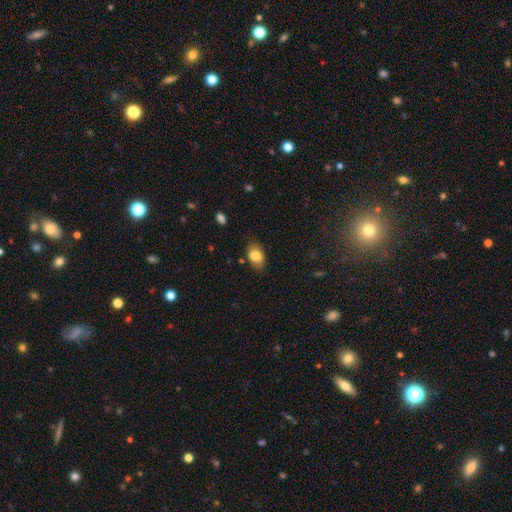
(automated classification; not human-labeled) Q: Smooth or featured?
A: smooth (81%); runner-up: featured or disk (11%)
Q: How rounded?
A: in between (85%); runner-up: round (14%)
Q: Merging?
A: none (73%); runner-up: minor disturbance (20%)